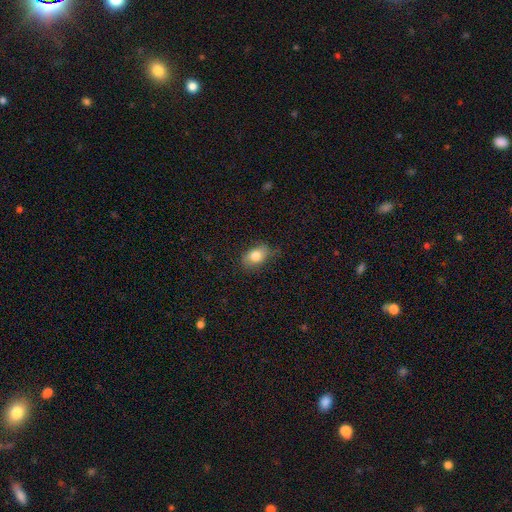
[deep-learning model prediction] Smooth or featured?
  - smooth: 80% *
  - featured or disk: 12%
  - star or artifact: 8%
How rounded?
  - in between: 86% *
  - round: 12%
  - cigar-shaped: 2%
Merging?
  - none: 71% *
  - minor disturbance: 23%
  - major disturbance: 5%
  - merger: 1%